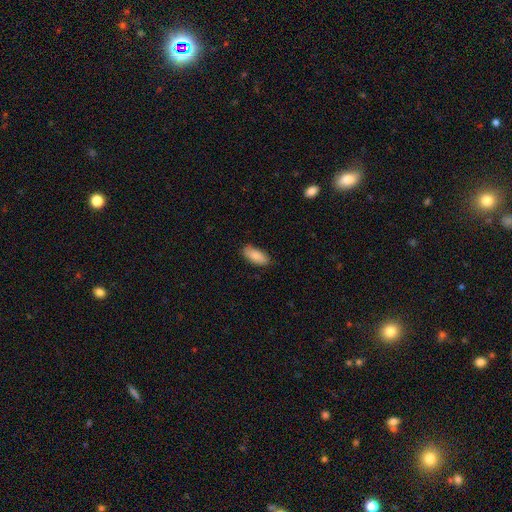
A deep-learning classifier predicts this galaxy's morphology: Smooth or featured? Predicted: smooth (p=0.89). How rounded? Predicted: in between (p=0.85). Merging? Predicted: none (p=0.86).